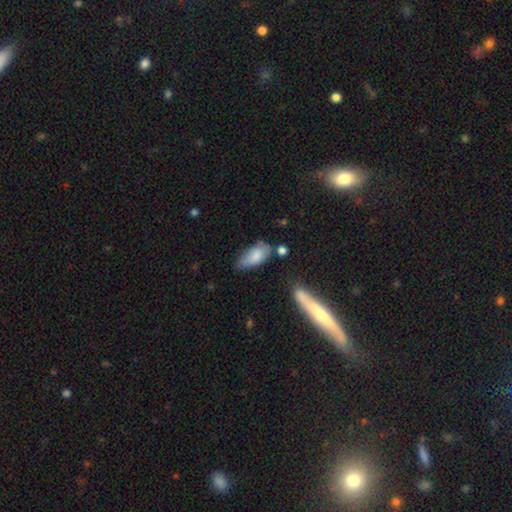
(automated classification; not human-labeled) This appears to be a smooth galaxy with no disk features (79%) that is in between round and cigar-shaped (87%). Merging: none (48%).